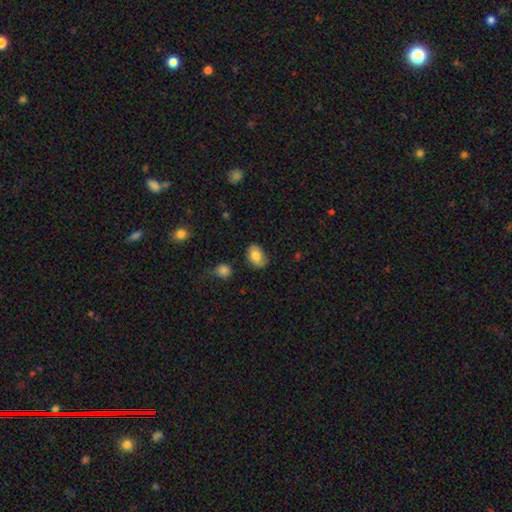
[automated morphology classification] This appears to be a smooth galaxy with no disk features (81%) that is in between round and cigar-shaped (84%). Merging: none (76%).